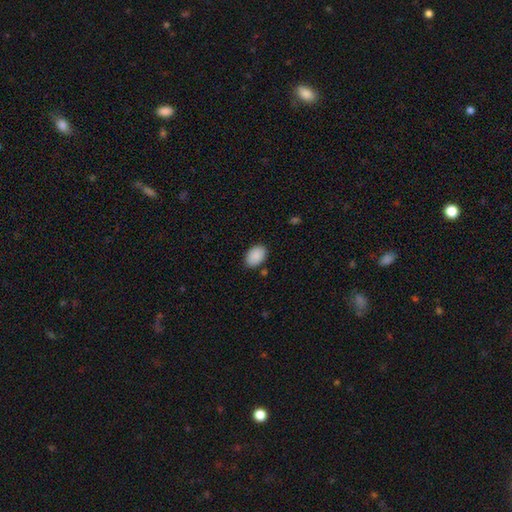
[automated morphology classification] smooth 90%, star or artifact 7%, featured or disk 3%. Down the decision tree: how rounded — in between (86%); merging — none (84%).